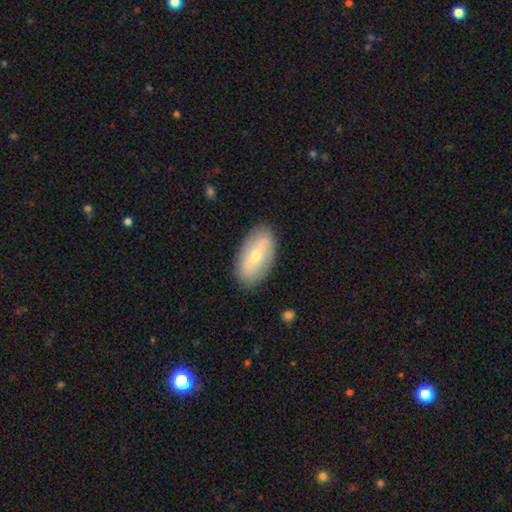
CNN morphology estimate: Smooth or featured?
  - smooth: 55% *
  - featured or disk: 39%
  - star or artifact: 7%
How rounded?
  - in between: 92% *
  - round: 4%
  - cigar-shaped: 3%
Merging?
  - none: 87% *
  - minor disturbance: 10%
  - major disturbance: 2%
  - merger: 1%